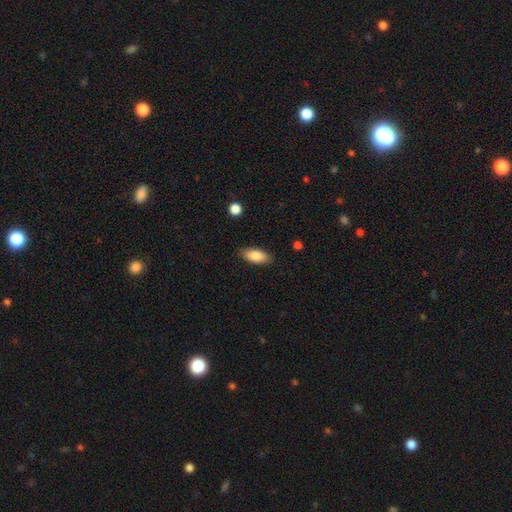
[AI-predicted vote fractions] smooth 82%, featured or disk 11%, star or artifact 7%. Down the decision tree: how rounded — in between (87%); merging — none (87%).